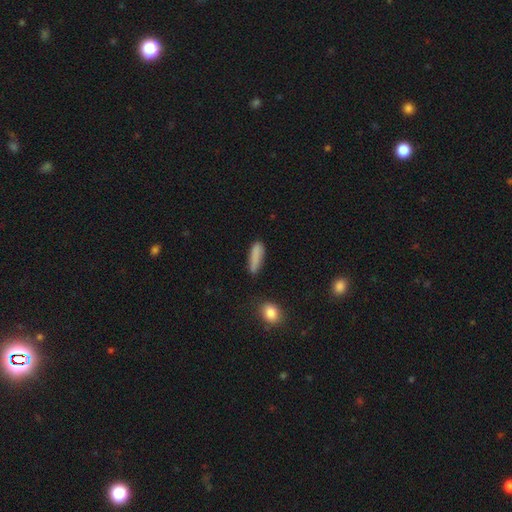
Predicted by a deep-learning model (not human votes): Smooth or featured?
  - smooth: 85% *
  - featured or disk: 8%
  - star or artifact: 8%
How rounded?
  - cigar-shaped: 62% *
  - in between: 36%
  - round: 2%
Merging?
  - none: 68% *
  - minor disturbance: 23%
  - major disturbance: 5%
  - merger: 4%